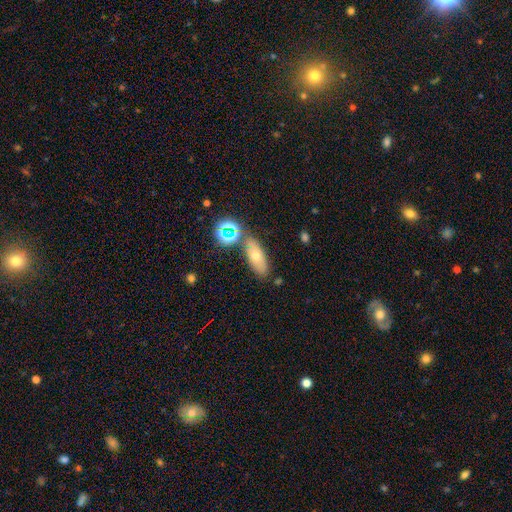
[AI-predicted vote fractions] A smooth galaxy with no disk features (56%) that is in between round and cigar-shaped (70%). Merging: none (75%).